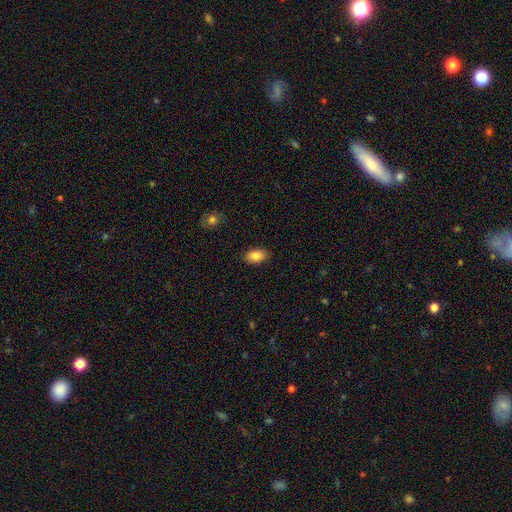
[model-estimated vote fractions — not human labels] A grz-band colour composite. It shows a smooth galaxy with no disk features (87%) that is in between round and cigar-shaped (92%). Merging: none (88%).